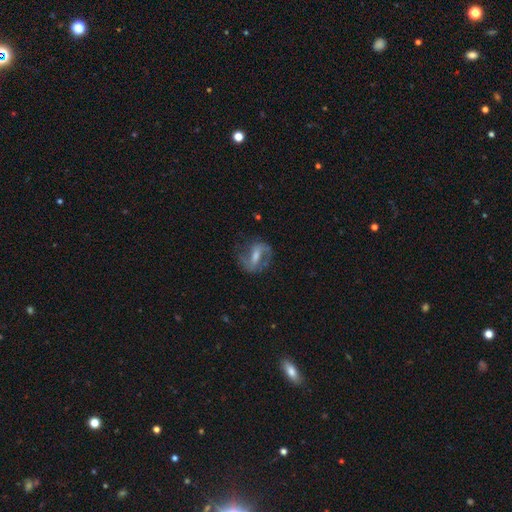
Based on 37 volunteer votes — Morphology: type=featured or disk (86%); edge-on=no (94%); bar=weak (60%); spiral arms=yes (80%); winding=medium (46%, tied with loose); arm count=2 (100%); bulge=moderate (40%, tied with small); merging=none (70%).